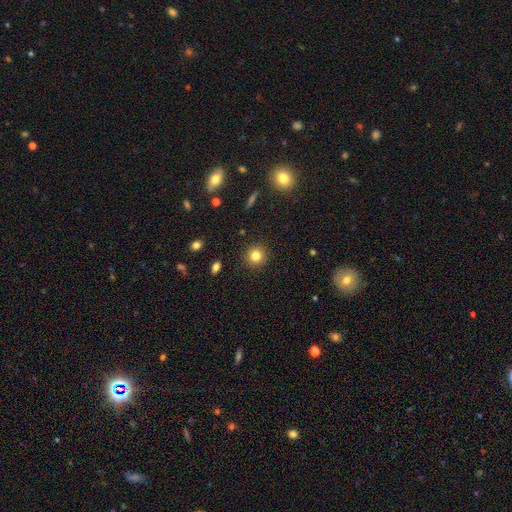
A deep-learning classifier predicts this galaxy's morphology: Smooth or featured? smooth (82%)
How rounded? round (93%)
Merging? none (91%)